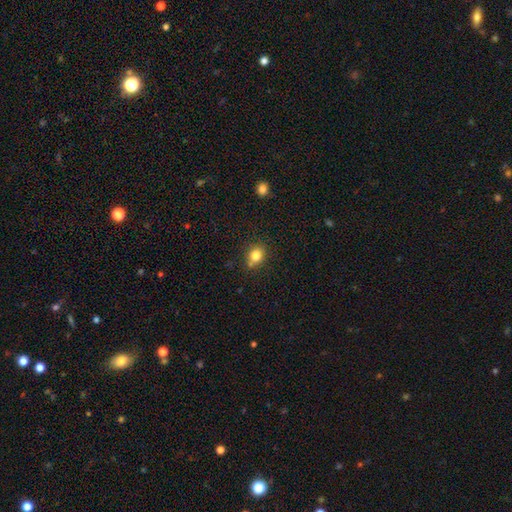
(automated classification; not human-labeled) A smooth galaxy with no disk features (81%) that is round (61%). Merging: none (73%).